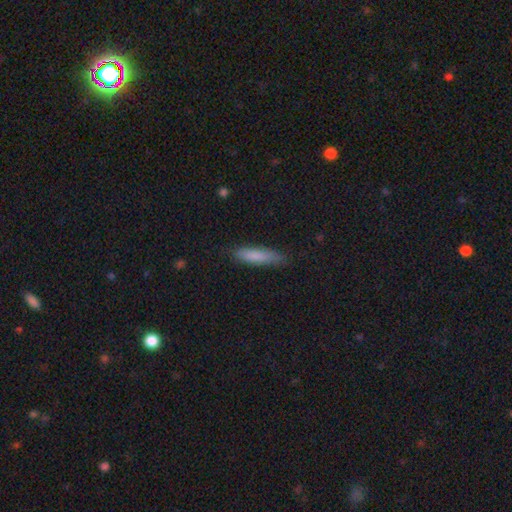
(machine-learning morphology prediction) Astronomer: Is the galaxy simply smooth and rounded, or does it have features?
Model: smooth — 82%.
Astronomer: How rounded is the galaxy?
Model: cigar-shaped — 79%.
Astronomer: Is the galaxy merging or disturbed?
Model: none — 82%.